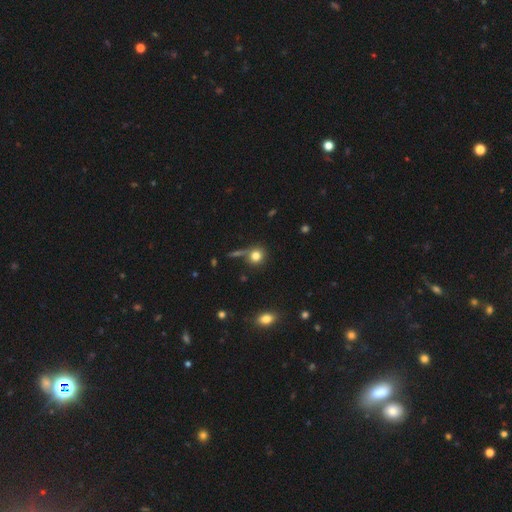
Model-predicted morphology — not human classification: A smooth galaxy with no disk features (79%) that is round (85%).

Vote fractions:
- Smooth or featured? smooth: 79% / star or artifact: 12% / featured or disk: 8%
- How rounded? round: 85% / in between: 13% / cigar-shaped: 2%
- Merging? none: 69% / merger: 14% / minor disturbance: 12% / major disturbance: 6%